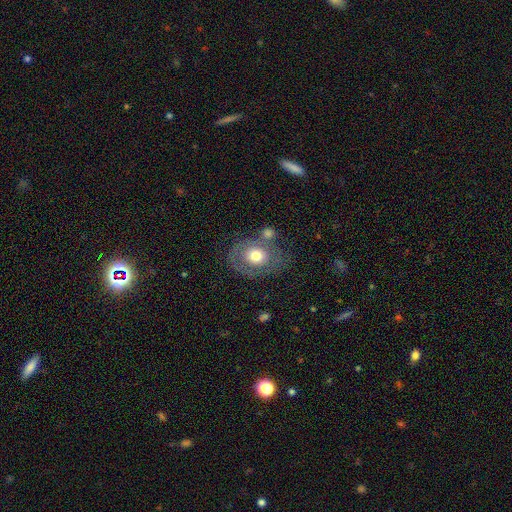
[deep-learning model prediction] Smooth or featured?
  - featured or disk: 54% *
  - smooth: 35%
  - star or artifact: 12%
Edge-on disk?
  - no: 94% *
  - yes: 6%
Bar?
  - no: 83% *
  - weak: 13%
  - strong: 4%
Spiral arms?
  - no: 53% *
  - yes: 47%
Bulge size?
  - moderate: 68% *
  - large: 19%
  - small: 9%
  - dominant: 2%
  - none: 1%
Merging?
  - none: 68% *
  - minor disturbance: 16%
  - merger: 8%
  - major disturbance: 8%